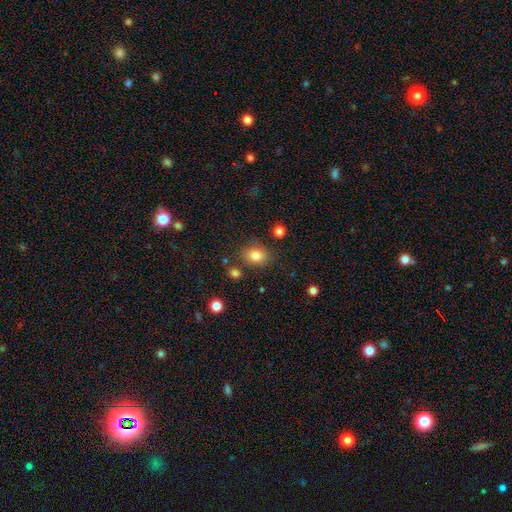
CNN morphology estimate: Overall: smooth (83%). How rounded: in between (53%; round 46%). Merging: none (76%).